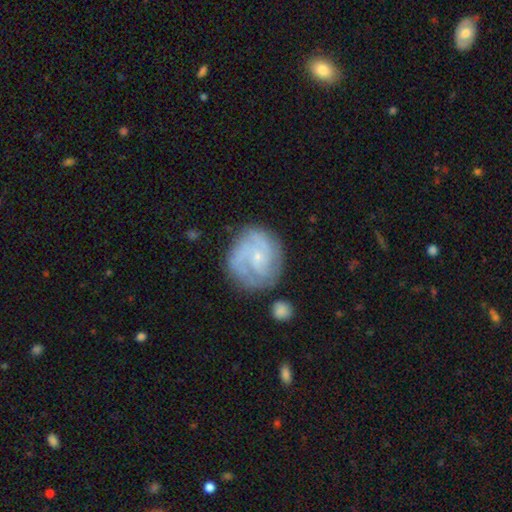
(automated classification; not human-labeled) Smooth or featured? featured or disk (80%)
Edge-on disk? no (98%)
Bar? no (67%)
Spiral arms? yes (95%)
Spiral winding? tight (54%)
Spiral arm count? 2 (32%)
Bulge size? small (80%)
Merging? none (70%)